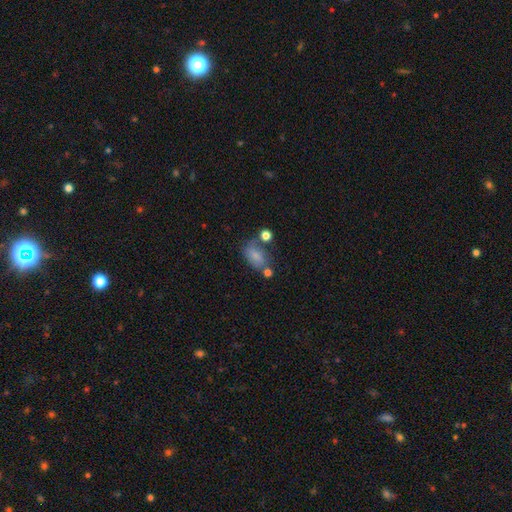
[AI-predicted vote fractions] A smooth galaxy with no disk features (76%) that is in between round and cigar-shaped (85%).

Vote fractions:
- Smooth or featured? smooth: 76% / featured or disk: 14% / star or artifact: 10%
- How rounded? in between: 85% / round: 13% / cigar-shaped: 3%
- Merging? none: 50% / minor disturbance: 23% / merger: 18% / major disturbance: 10%